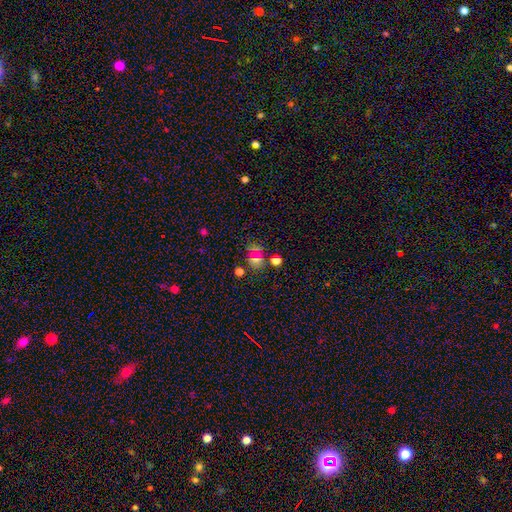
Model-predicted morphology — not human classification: This is possibly a smooth galaxy (53%). How rounded: possibly round (55%). Merging: likely none (66%).